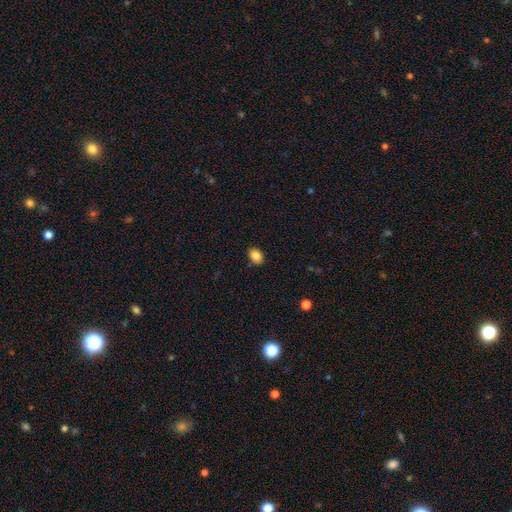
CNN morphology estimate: type=smooth (85%); roundness=in between (69%); merging=none (86%).